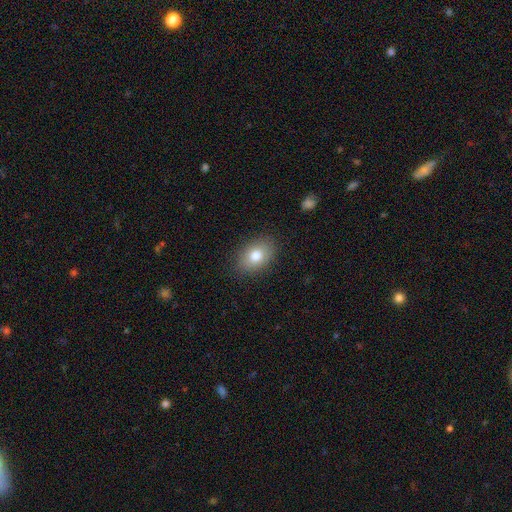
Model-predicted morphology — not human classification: The model was most divided on "how rounded": in between: 78%, round: 21%, cigar-shaped: 1%. More confident: merging — none (86%); smooth or featured — smooth (79%).